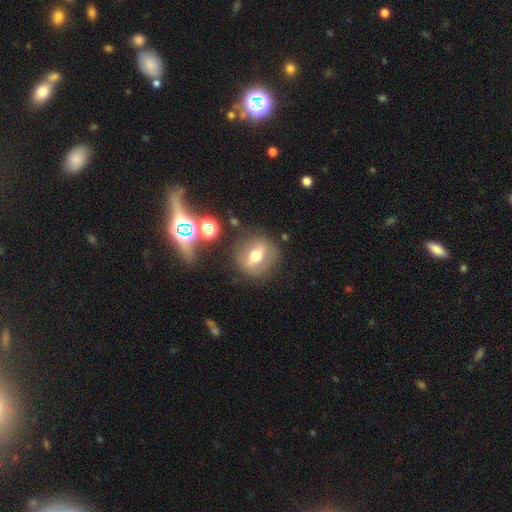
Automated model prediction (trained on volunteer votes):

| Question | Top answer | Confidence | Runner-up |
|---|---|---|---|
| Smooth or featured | featured or disk | 48% | smooth (40%) |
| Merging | none | 80% | minor disturbance (11%) |